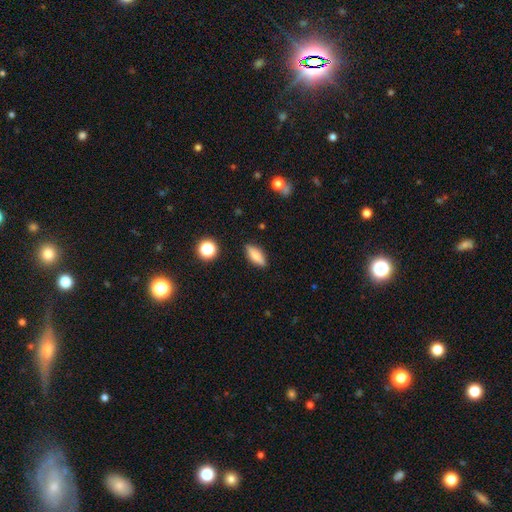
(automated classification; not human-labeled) Q: Smooth or featured?
A: smooth (71%); runner-up: featured or disk (21%)
Q: How rounded?
A: in between (65%); runner-up: cigar-shaped (31%)
Q: Merging?
A: none (86%); runner-up: minor disturbance (10%)